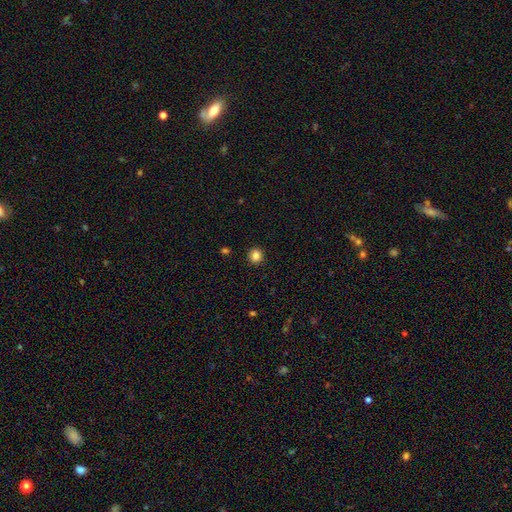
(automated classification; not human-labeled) Overall: smooth (85%). How rounded: round (88%). Merging: none (92%).